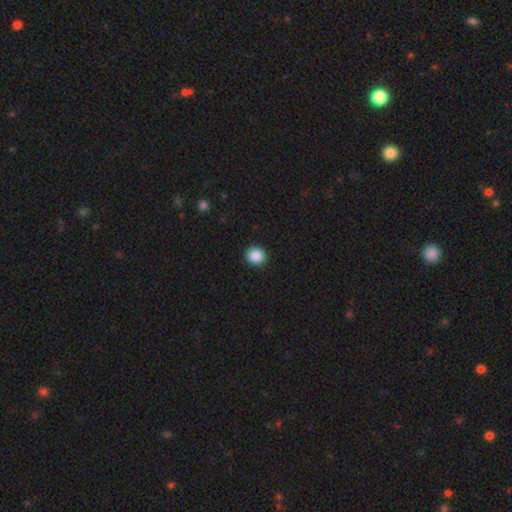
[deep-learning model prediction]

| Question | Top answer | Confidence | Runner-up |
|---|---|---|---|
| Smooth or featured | smooth | 87% | star or artifact (9%) |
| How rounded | round | 83% | in between (16%) |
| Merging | none | 92% | minor disturbance (5%) |